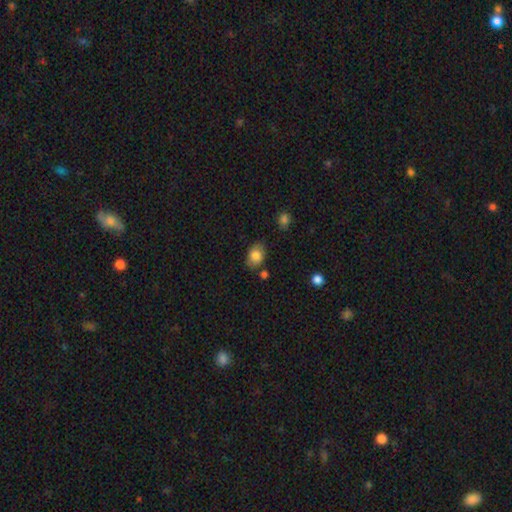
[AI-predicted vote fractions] Smooth or featured?
  - smooth: 81% *
  - featured or disk: 11%
  - star or artifact: 8%
How rounded?
  - in between: 80% *
  - round: 19%
  - cigar-shaped: 1%
Merging?
  - none: 76% *
  - minor disturbance: 16%
  - merger: 5%
  - major disturbance: 3%